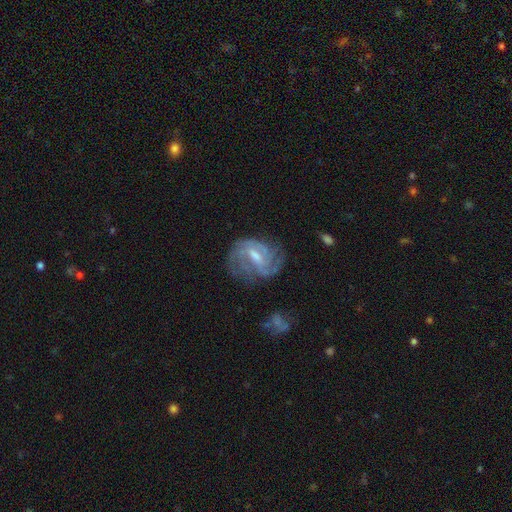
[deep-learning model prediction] Q: Smooth or featured?
A: featured or disk (80%); runner-up: smooth (13%)
Q: Edge-on disk?
A: no (97%); runner-up: yes (3%)
Q: Bar?
A: weak (57%); runner-up: strong (27%)
Q: Spiral arms?
A: yes (90%); runner-up: no (10%)
Q: Spiral winding?
A: tight (43%); runner-up: medium (42%)
Q: Spiral arm count?
A: can't tell (31%); runner-up: 2 (26%)
Q: Bulge size?
A: moderate (50%); runner-up: small (31%)
Q: Merging?
A: none (58%); runner-up: minor disturbance (23%)